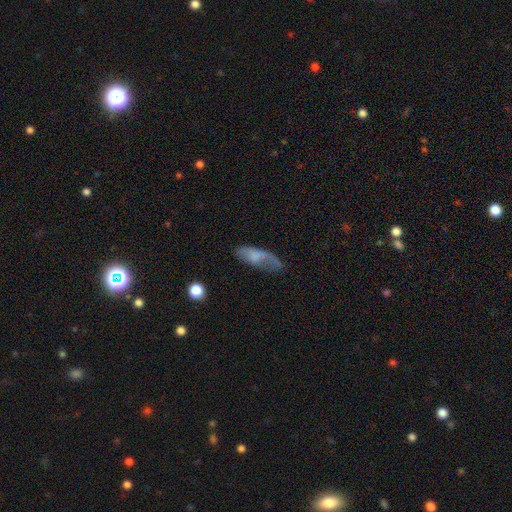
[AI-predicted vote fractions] Smooth or featured?
  - smooth: 60% *
  - featured or disk: 32%
  - star or artifact: 8%
How rounded?
  - in between: 72% *
  - cigar-shaped: 25%
  - round: 3%
Merging?
  - none: 47% *
  - minor disturbance: 28%
  - major disturbance: 22%
  - merger: 3%